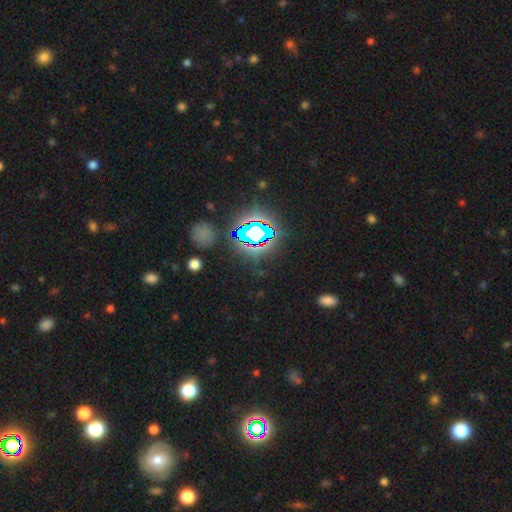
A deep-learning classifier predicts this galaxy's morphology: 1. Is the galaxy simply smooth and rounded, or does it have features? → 78% star or artifact, 14% smooth, 8% featured or disk.